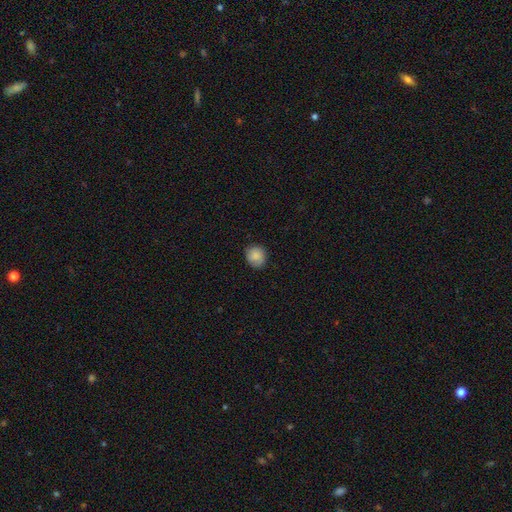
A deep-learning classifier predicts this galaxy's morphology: A smooth galaxy with no disk features (85%) that is round (83%).

Vote fractions:
- Smooth or featured? smooth: 85% / star or artifact: 8% / featured or disk: 7%
- How rounded? round: 83% / in between: 16% / cigar-shaped: 1%
- Merging? none: 82% / minor disturbance: 14% / major disturbance: 3% / merger: 1%